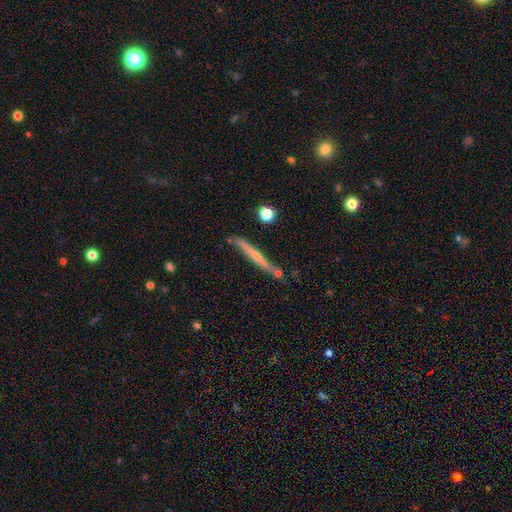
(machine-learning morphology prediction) type=featured or disk (60%); edge-on=yes (95%); edge-on bulge=rounded (52%); merging=none (76%).